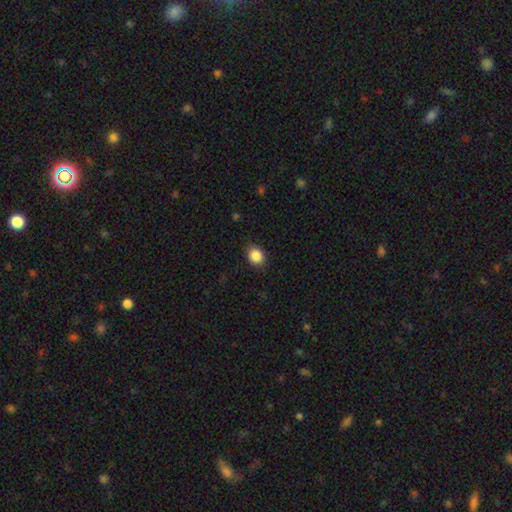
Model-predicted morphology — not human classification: Smooth or featured? Predicted: smooth (p=0.87). How rounded? Predicted: round (p=0.60). Merging? Predicted: none (p=0.86).